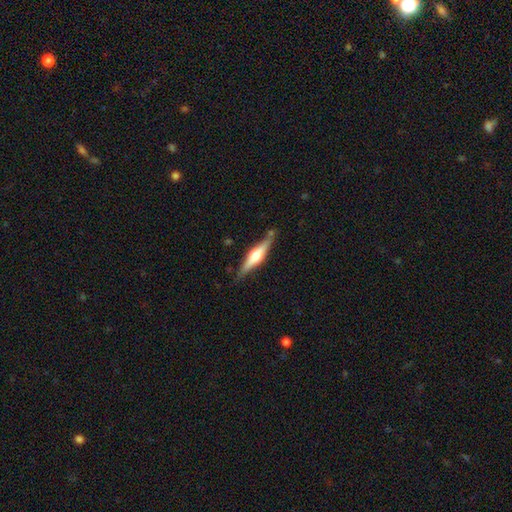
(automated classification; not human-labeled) A featured or disk galaxy (69%) viewed edge-on (97%) with a rounded central bulge (91%). Merging: none (80%).